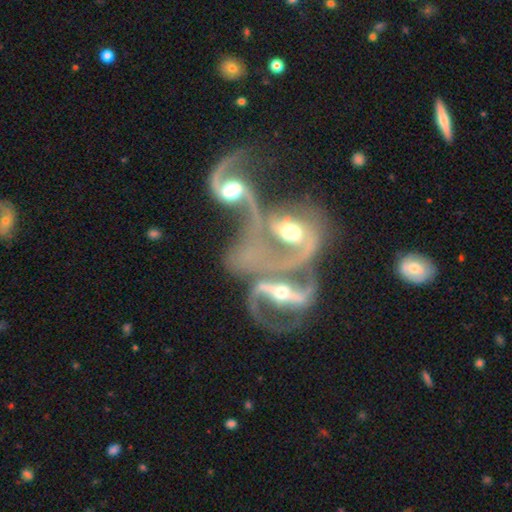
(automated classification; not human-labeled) featured or disk 82%, smooth 9%, star or artifact 9%. Down the decision tree: edge-on disk — no (94%); bar — no (35%); spiral arms — yes (88%); spiral arm count — 2 (74%); spiral winding — loose (54%); bulge size — moderate (57%); merging — merger (72%).